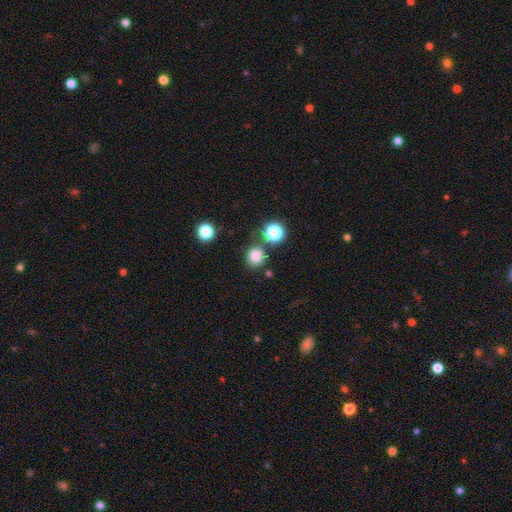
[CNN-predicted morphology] Smooth or featured?
  - smooth: 80% *
  - star or artifact: 15%
  - featured or disk: 5%
How rounded?
  - round: 90% *
  - in between: 9%
  - cigar-shaped: 1%
Merging?
  - none: 77% *
  - minor disturbance: 10%
  - merger: 10%
  - major disturbance: 3%